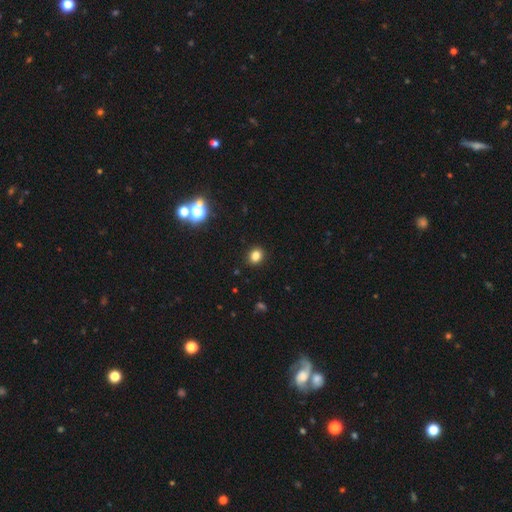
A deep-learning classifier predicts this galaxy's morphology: Smooth or featured? smooth (82%)
How rounded? round (54%)
Merging? none (90%)